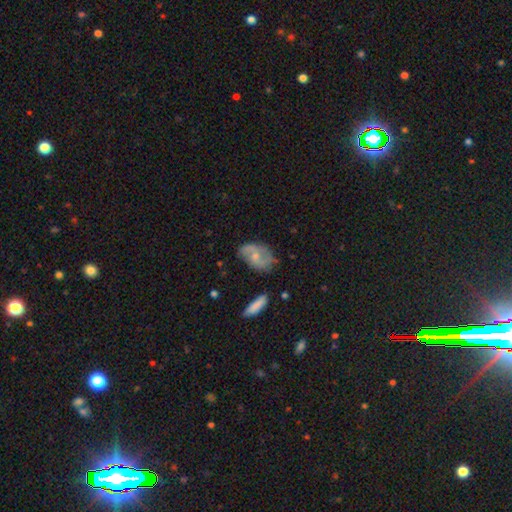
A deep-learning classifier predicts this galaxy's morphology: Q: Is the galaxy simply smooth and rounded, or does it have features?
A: featured or disk — 63%.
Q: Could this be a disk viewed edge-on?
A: no — 95%.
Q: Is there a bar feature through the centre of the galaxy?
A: no — 59%.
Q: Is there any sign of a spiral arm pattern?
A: yes — 84%.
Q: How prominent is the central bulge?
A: small — 56%.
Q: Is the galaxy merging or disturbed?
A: none — 63%.